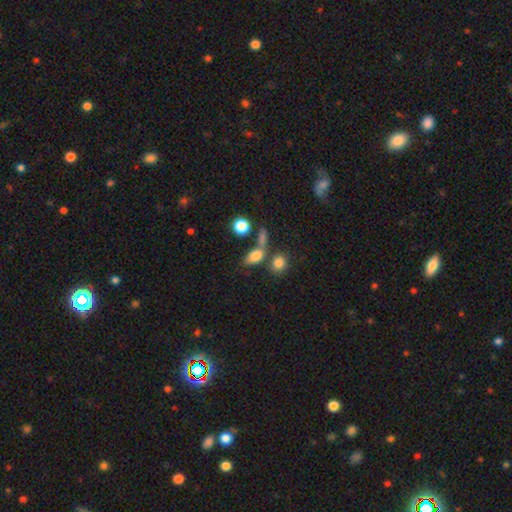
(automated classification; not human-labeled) Q: Smooth or featured?
A: smooth (79%); runner-up: star or artifact (11%)
Q: How rounded?
A: in between (78%); runner-up: round (16%)
Q: Merging?
A: none (48%); runner-up: merger (32%)